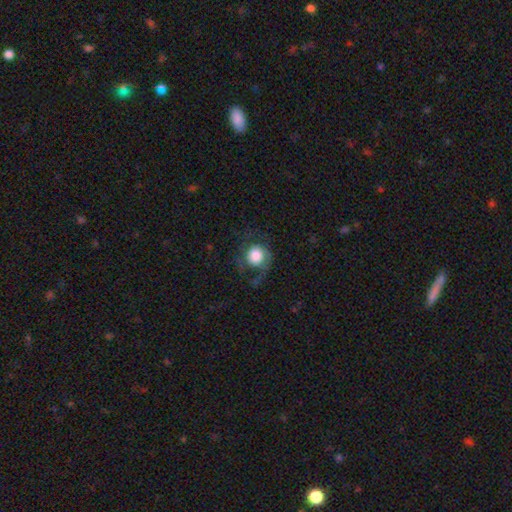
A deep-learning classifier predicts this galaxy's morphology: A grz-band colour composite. It shows a smooth galaxy with no disk features (61%) that is round (86%). Merging: none (53%).